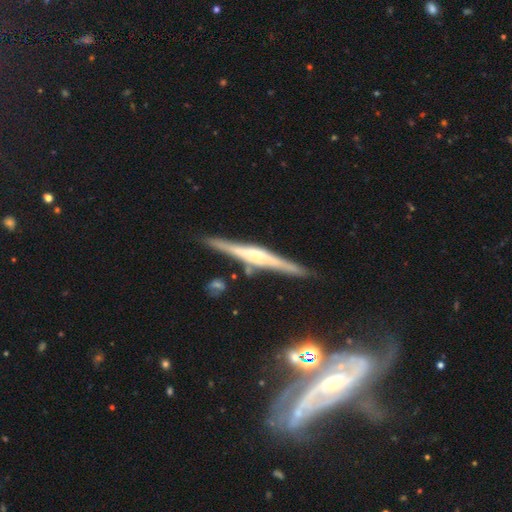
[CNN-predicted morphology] This appears to be a featured or disk galaxy (80%) viewed edge-on (98%) with a rounded central bulge (63%). Merging: none (87%).